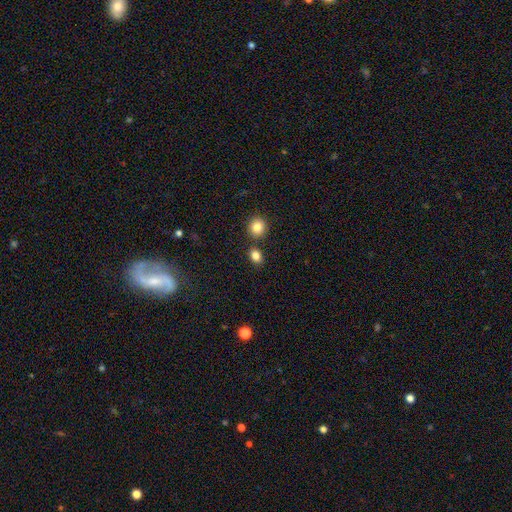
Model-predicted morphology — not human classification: Smooth or featured? Predicted: smooth (p=0.83). How rounded? Predicted: in between (p=0.53). Merging? Predicted: none (p=0.78).